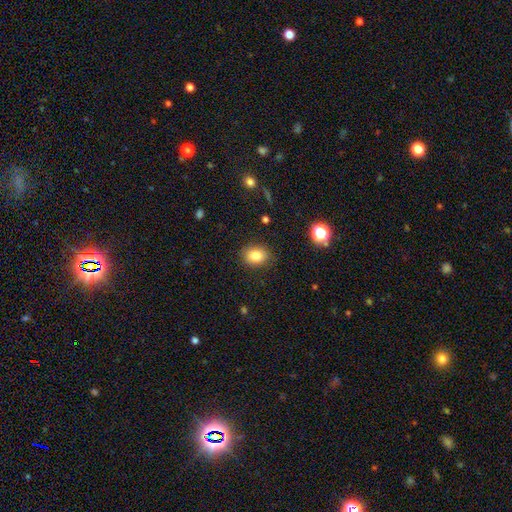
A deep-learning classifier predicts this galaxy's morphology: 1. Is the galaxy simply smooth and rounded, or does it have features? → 83% smooth, 10% star or artifact, 7% featured or disk.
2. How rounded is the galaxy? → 58% in between, 41% round, 1% cigar-shaped.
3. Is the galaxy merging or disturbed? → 86% none, 10% minor disturbance, 3% major disturbance, 1% merger.